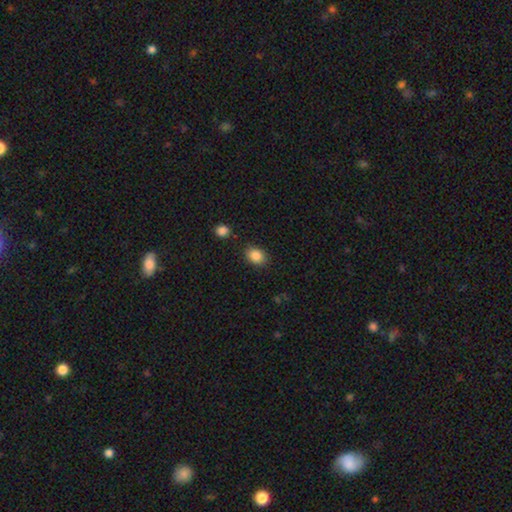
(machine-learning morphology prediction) Smooth or featured: smooth — 86% (star or artifact — 9%)
How rounded: in between — 64% (round — 35%)
Merging: none — 83% (minor disturbance — 11%)